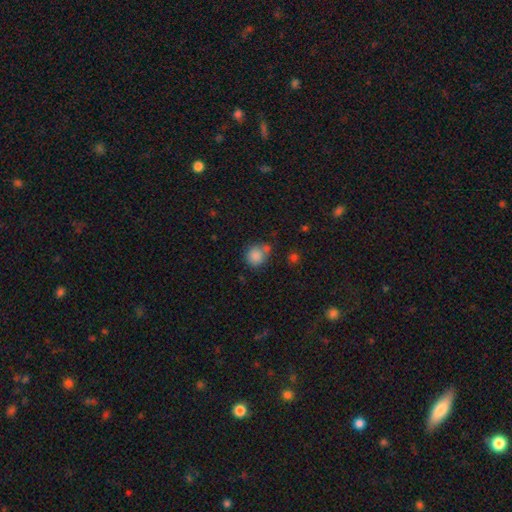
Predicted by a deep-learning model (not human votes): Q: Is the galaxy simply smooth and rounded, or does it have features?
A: smooth — 85%.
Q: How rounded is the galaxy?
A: round — 87%.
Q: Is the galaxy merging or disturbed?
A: none — 60%.